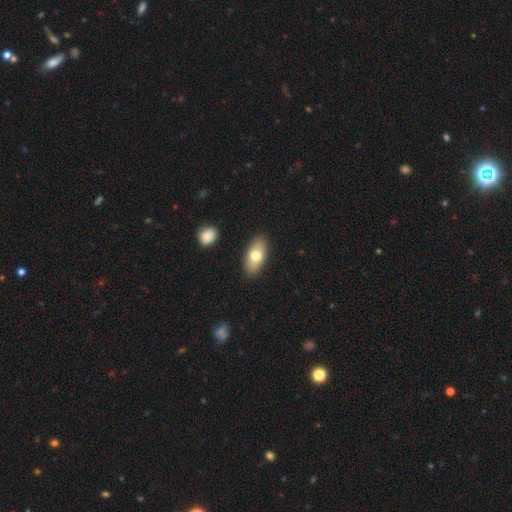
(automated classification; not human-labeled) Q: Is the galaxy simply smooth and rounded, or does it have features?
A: smooth — 71%.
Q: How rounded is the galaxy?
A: in between — 89%.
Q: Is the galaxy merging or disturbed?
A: none — 87%.